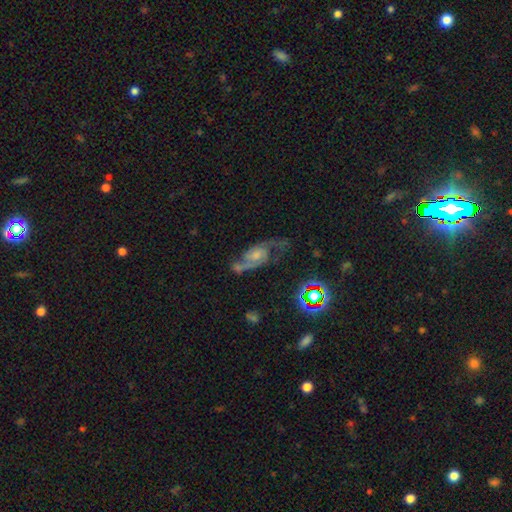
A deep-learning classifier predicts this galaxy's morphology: The model was most divided on "bulge size" (2-way tie): moderate: 38%, small: 38%, none: 12%, large: 9%, dominant: 2%. Remaining: edge-on disk — no (95%); spiral arms — yes (94%); spiral arm count — 2 (87%); smooth or featured — featured or disk (79%); bar — no (59%); merging — none (46%); spiral winding — loose (45%).